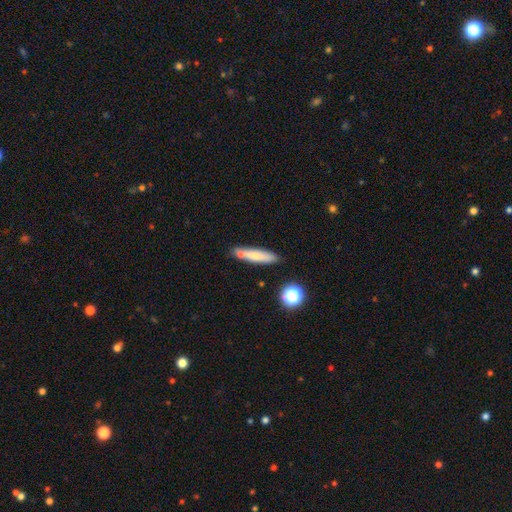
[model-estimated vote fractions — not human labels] This appears to be a smooth galaxy with no disk features (72%) that is cigar-shaped (84%). Merging: none (71%).